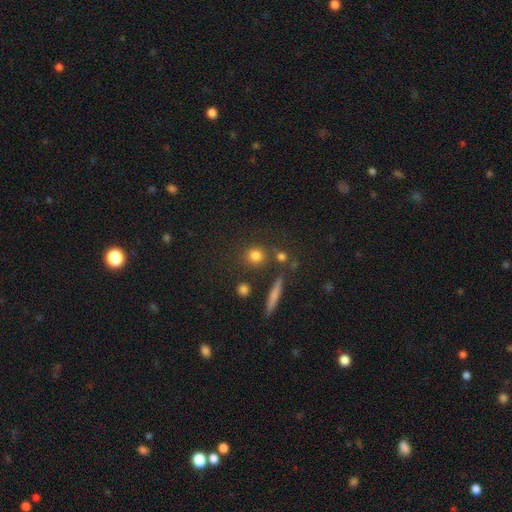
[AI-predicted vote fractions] Overall: smooth (79%). How rounded: round (83%). Merging: none (79%).